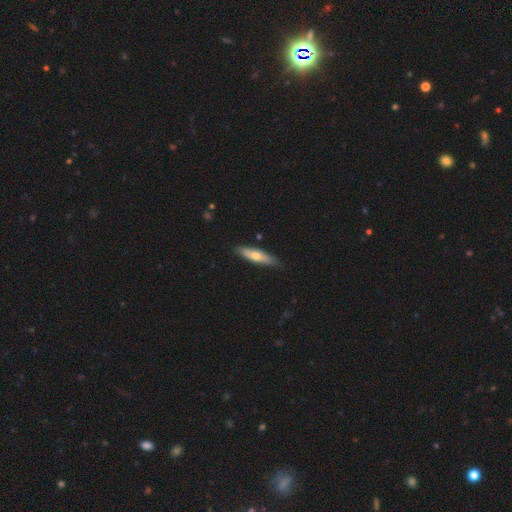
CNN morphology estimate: The model was most divided on "smooth or featured": smooth: 58%, featured or disk: 36%, star or artifact: 5%. More confident: merging — none (82%); how rounded — cigar-shaped (72%).